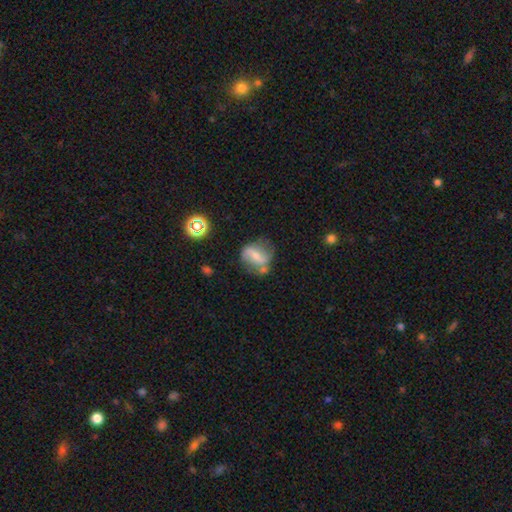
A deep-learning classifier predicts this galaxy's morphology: This is possibly a featured or disk galaxy (56%). It is clearly not viewed edge-on (95%). Bar: marginally weak (38%). Spiral arm pattern: likely yes (74%). Central bulge: possibly small (48%). Merging: possibly none (48%).